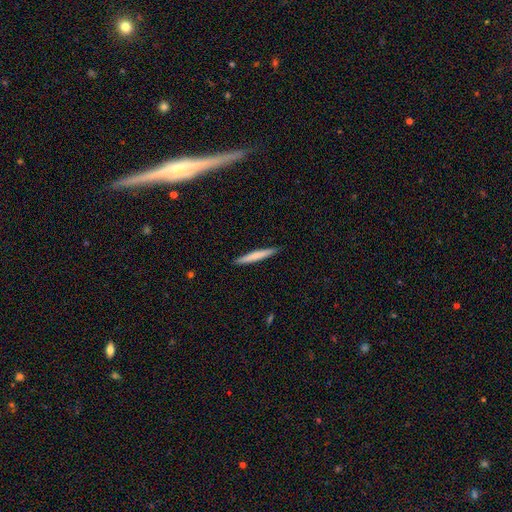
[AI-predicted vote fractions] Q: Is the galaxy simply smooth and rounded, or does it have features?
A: smooth — 70%.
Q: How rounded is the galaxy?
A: cigar-shaped — 96%.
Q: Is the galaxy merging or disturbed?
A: none — 91%.